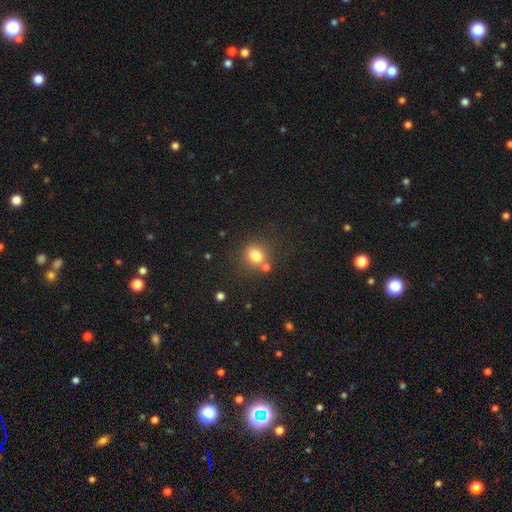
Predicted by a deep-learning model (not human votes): This is likely a smooth galaxy (79%). How rounded: likely round (79%). Merging: likely none (68%).